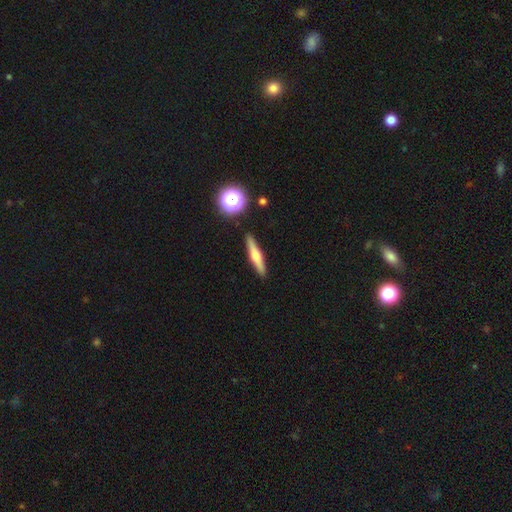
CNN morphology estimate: The model was most divided on "smooth or featured": featured or disk: 51%, smooth: 42%, star or artifact: 7%. More confident: edge-on disk — yes (95%); merging — none (90%).